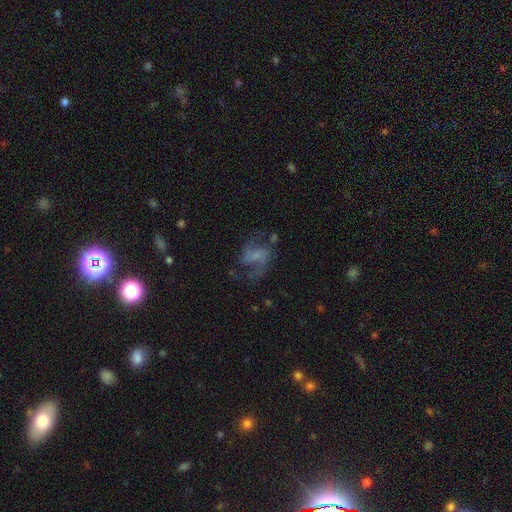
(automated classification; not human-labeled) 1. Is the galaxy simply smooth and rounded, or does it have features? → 73% featured or disk, 16% smooth, 10% star or artifact.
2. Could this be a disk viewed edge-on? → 98% no, 2% yes.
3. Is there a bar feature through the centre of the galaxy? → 43% no, 41% weak, 16% strong.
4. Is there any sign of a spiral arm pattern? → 89% yes, 11% no.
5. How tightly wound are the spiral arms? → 49% loose, 42% medium, 9% tight.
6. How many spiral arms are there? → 81% 2, 7% can't tell, 5% 3, 4% 1, 2% 4, 2% more than 4.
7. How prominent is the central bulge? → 56% none, 21% small, 14% moderate, 7% large, 2% dominant.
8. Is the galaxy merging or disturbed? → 55% none, 23% major disturbance, 18% minor disturbance, 3% merger.